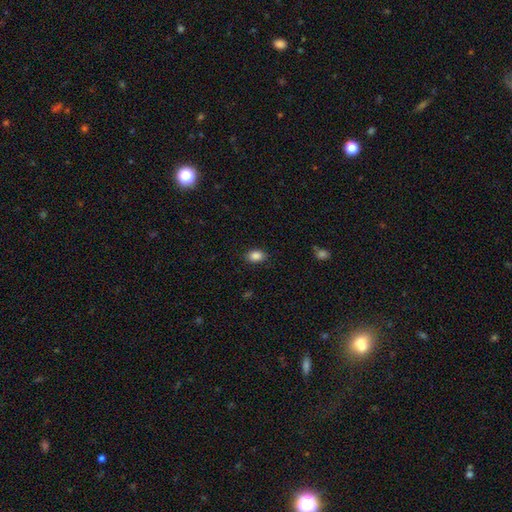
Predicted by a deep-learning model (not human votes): A smooth galaxy with no disk features (88%) that is in between round and cigar-shaped (82%). Merging: none (87%).